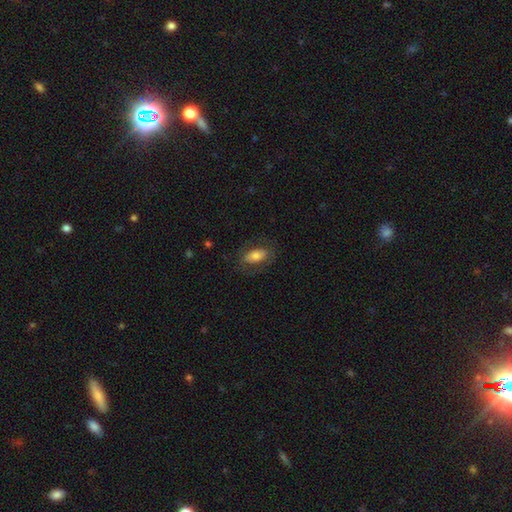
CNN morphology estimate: smooth-or-featured: smooth: 71% | featured or disk: 22% | star or artifact: 7%
  how-rounded: in between: 91% | round: 5% | cigar-shaped: 3%
  merging: none: 75% | minor disturbance: 15% | major disturbance: 9% | merger: 1%